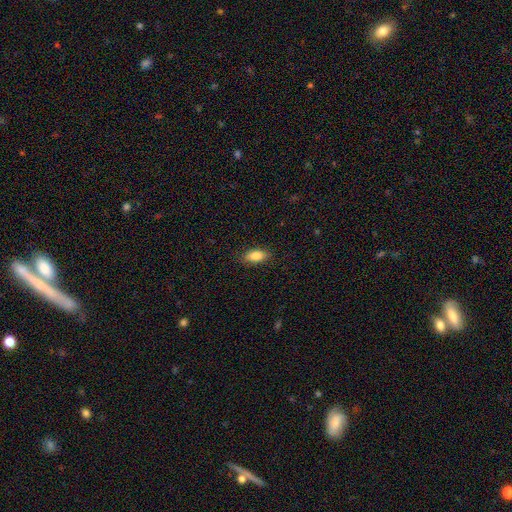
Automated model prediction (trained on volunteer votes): smooth 86%, star or artifact 7%, featured or disk 7%. Down the decision tree: how rounded — in between (87%); merging — none (87%).